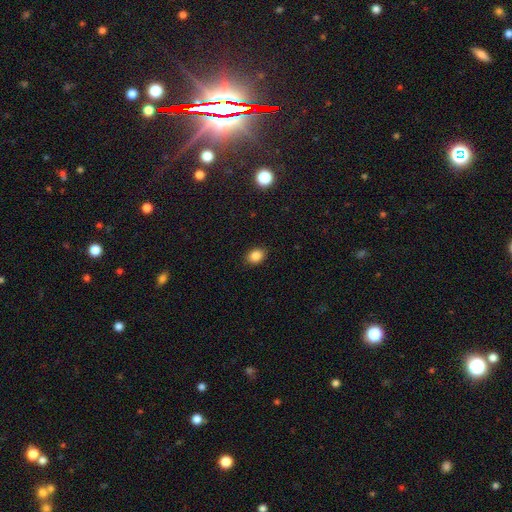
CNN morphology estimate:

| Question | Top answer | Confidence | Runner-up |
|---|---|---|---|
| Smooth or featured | smooth | 85% | star or artifact (10%) |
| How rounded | in between | 68% | round (31%) |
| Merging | none | 88% | minor disturbance (9%) |